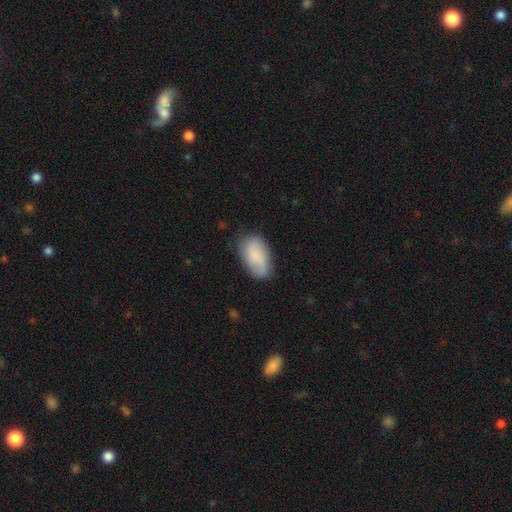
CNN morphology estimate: smooth-or-featured: smooth: 78% | featured or disk: 16% | star or artifact: 7%
  how-rounded: in between: 94% | round: 4% | cigar-shaped: 3%
  merging: none: 72% | minor disturbance: 21% | major disturbance: 5% | merger: 2%